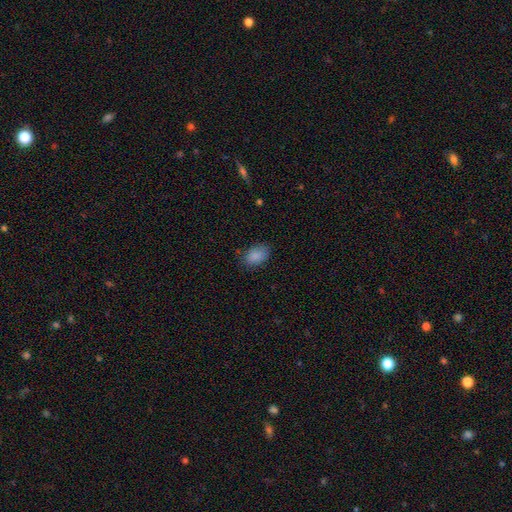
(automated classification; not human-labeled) A smooth galaxy with no disk features (87%) that is in between round and cigar-shaped (85%). Merging: none (79%).